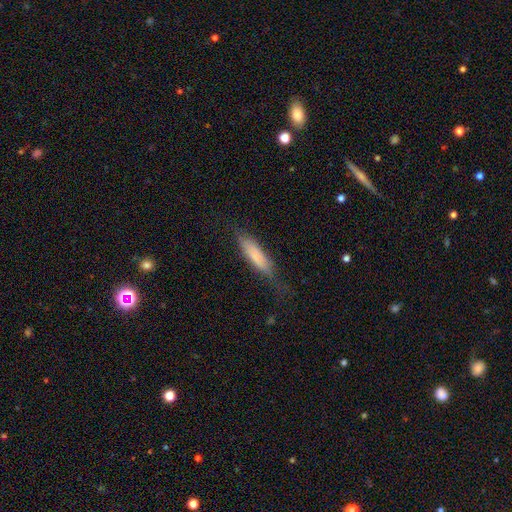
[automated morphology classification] Overall: smooth (74%). How rounded: cigar-shaped (72%). Merging: none (64%; minor disturbance 25%).